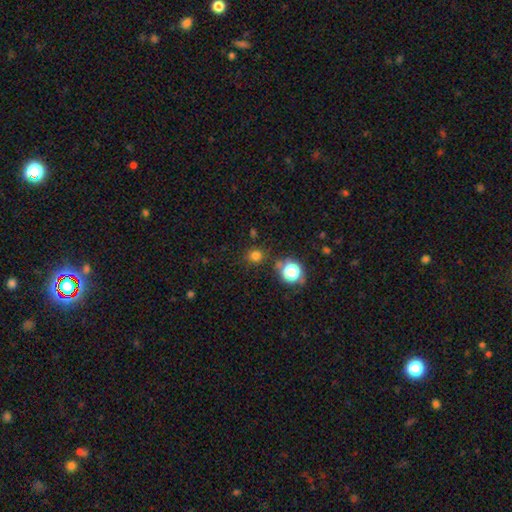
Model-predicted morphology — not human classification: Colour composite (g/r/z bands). It shows a smooth galaxy with no disk features (73%) that is round (87%). Merging: none (80%).